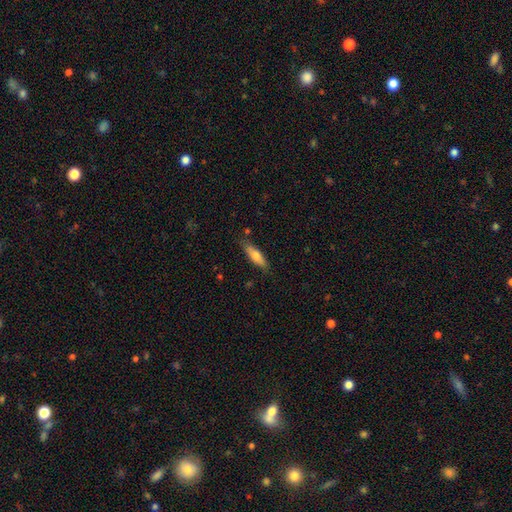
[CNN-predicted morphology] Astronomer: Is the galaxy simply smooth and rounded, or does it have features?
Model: smooth — 69%.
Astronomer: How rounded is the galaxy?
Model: cigar-shaped — 57% (runner-up: in between, 41%).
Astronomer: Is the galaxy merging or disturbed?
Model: none — 80%.